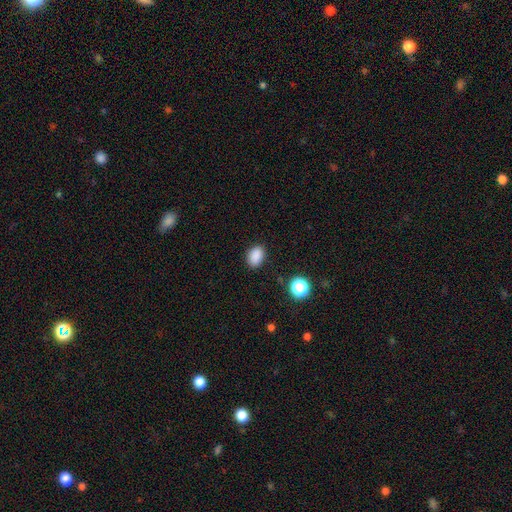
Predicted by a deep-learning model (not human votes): Morphology: type=smooth (87%); roundness=in between (80%); merging=none (86%).